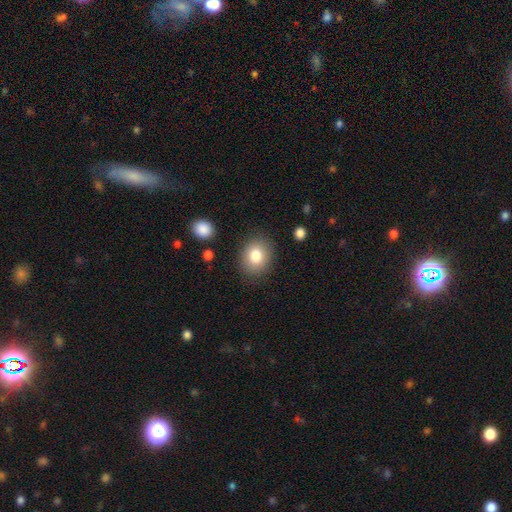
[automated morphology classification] Overall: smooth (81%). How rounded: round (50%; in between 49%). Merging: none (84%).